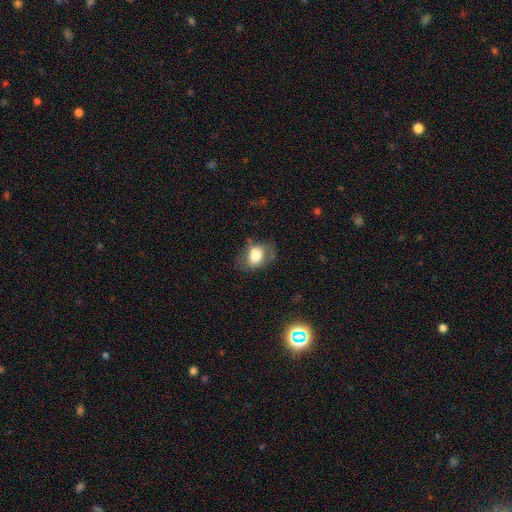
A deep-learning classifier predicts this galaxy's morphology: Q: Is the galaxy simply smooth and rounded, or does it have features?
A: smooth — 72%.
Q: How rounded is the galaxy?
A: in between — 76%.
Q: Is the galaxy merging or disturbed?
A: none — 58%.